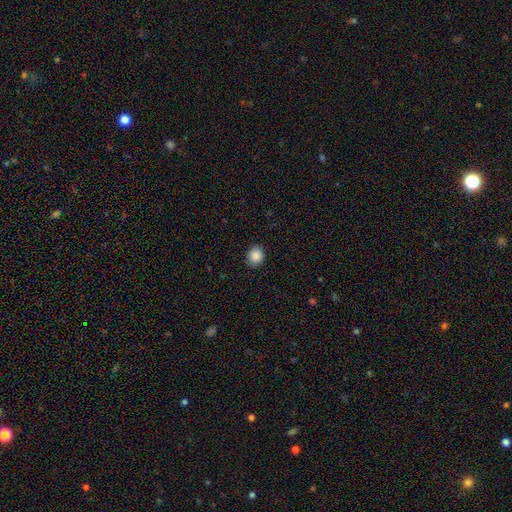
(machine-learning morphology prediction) A smooth galaxy with no disk features (88%) that is round (69%). Merging: none (88%).